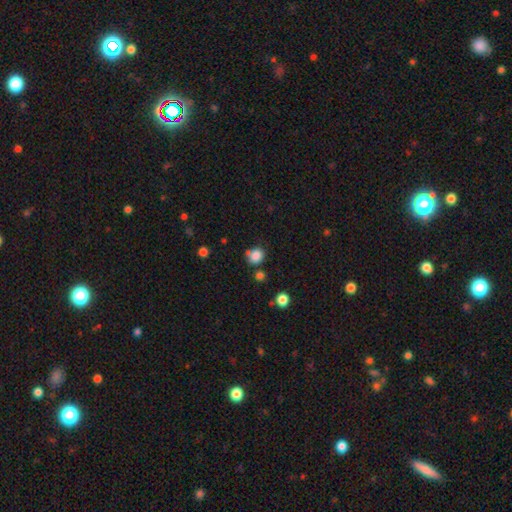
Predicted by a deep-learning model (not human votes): This is clearly a smooth galaxy (84%). How rounded: likely round (79%). Merging: likely none (67%).